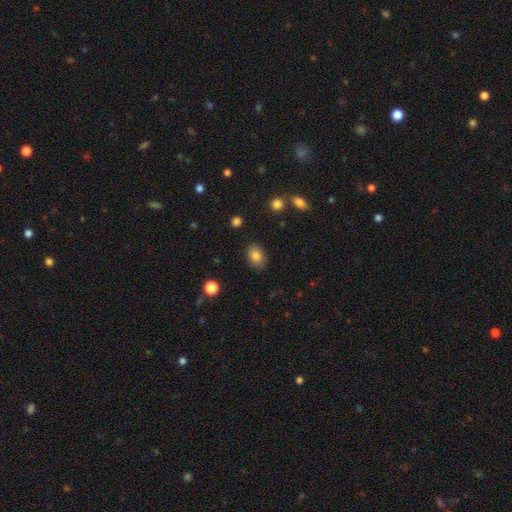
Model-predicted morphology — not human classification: type=smooth (84%); roundness=in between (69%); merging=none (85%).